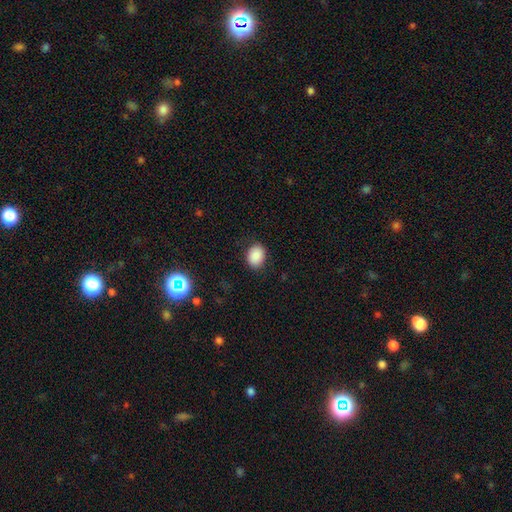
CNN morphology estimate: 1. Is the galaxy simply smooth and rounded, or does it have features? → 88% smooth, 9% star or artifact, 4% featured or disk.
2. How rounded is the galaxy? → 58% in between, 42% round, 1% cigar-shaped.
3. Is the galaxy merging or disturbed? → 86% none, 10% minor disturbance, 3% major disturbance, 1% merger.